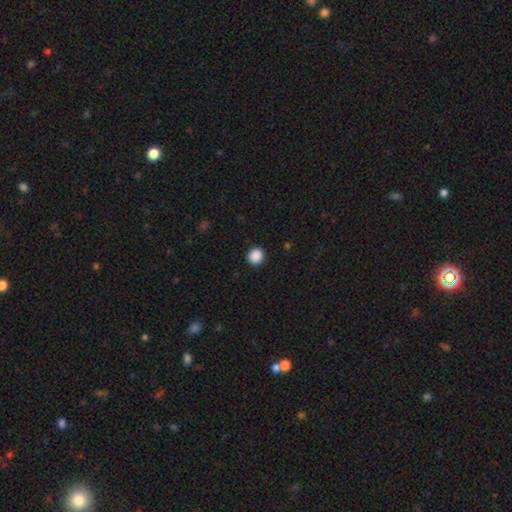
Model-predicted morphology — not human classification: Q: Smooth or featured?
A: smooth (89%); runner-up: star or artifact (9%)
Q: How rounded?
A: round (92%); runner-up: in between (7%)
Q: Merging?
A: none (93%); runner-up: minor disturbance (5%)